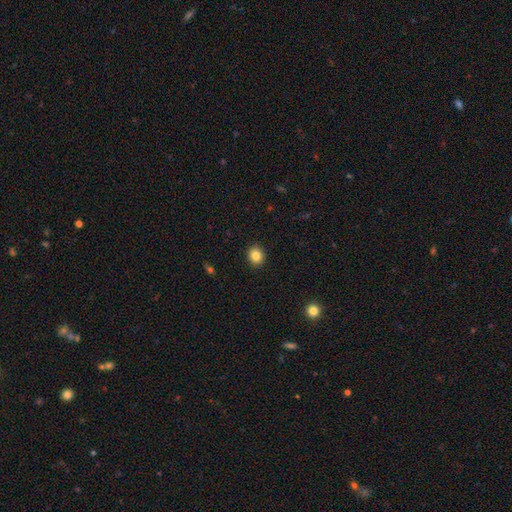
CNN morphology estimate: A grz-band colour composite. It shows a smooth galaxy with no disk features (84%) that is round (69%). Merging: none (91%).